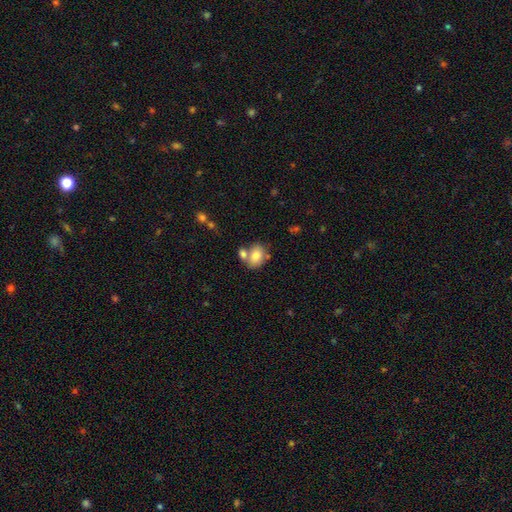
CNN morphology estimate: A smooth galaxy with no disk features (76%) that is in between round and cigar-shaped (62%). Merging: none (48%).